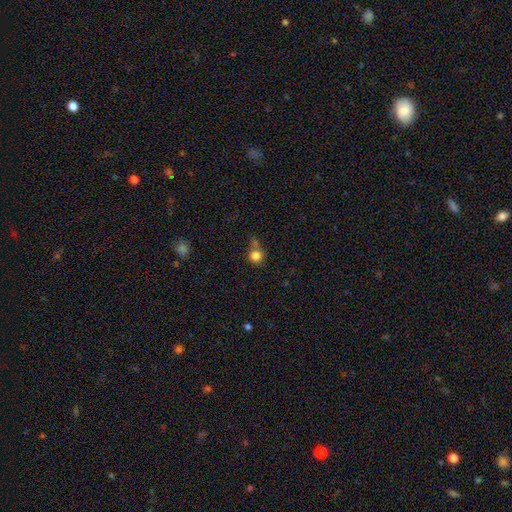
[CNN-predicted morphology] type=smooth (82%); roundness=round (90%); merging=none (59%).